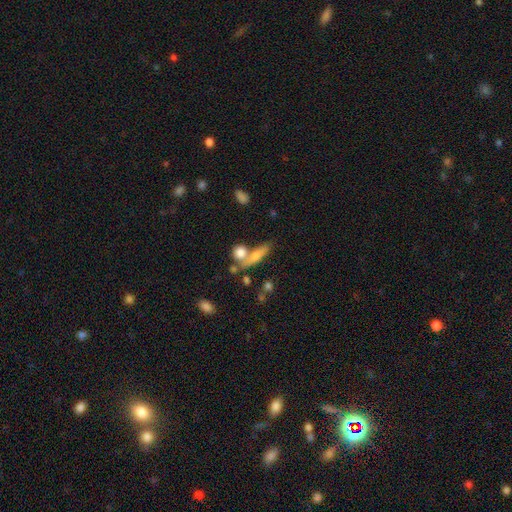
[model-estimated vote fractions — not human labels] Q: Smooth or featured?
A: smooth (60%); runner-up: featured or disk (30%)
Q: How rounded?
A: cigar-shaped (50%); runner-up: in between (32%)
Q: Merging?
A: none (48%); runner-up: merger (33%)